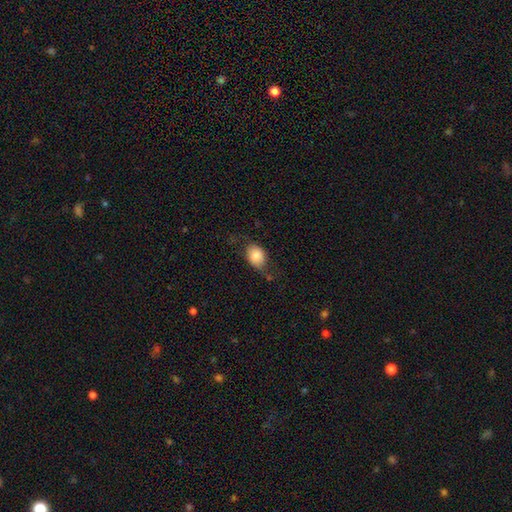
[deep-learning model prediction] The model was most divided on "how rounded": in between: 65%, round: 34%, cigar-shaped: 2%. More confident: smooth or featured — smooth (75%); merging — none (59%).